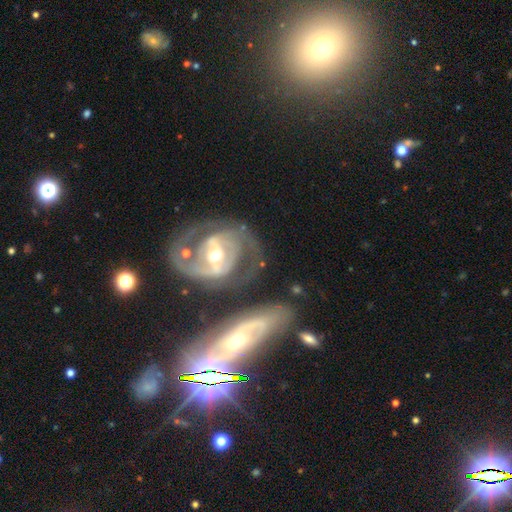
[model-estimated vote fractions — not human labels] smooth_or_featured: featured or disk (p=0.81) [alt: star or artifact p=0.10]
disk_edge_on: no (p=0.94) [alt: yes p=0.06]
bar: no (p=0.43) [alt: weak p=0.37]
has_spiral_arms: yes (p=0.91) [alt: no p=0.09]
spiral_winding: tight (p=0.52) [alt: medium p=0.37]
spiral_arm_count: 2 (p=0.51) [alt: can't tell p=0.21]
bulge_size: moderate (p=0.49) [alt: small p=0.44]
merging: none (p=0.52) [alt: merger p=0.20]